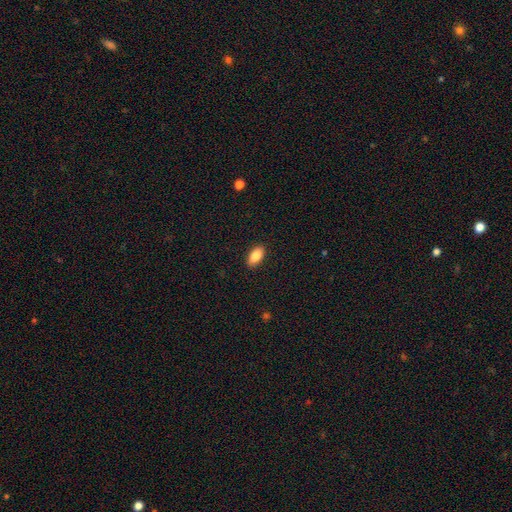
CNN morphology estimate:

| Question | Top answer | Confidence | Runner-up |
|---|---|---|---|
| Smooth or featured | smooth | 86% | featured or disk (7%) |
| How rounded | in between | 91% | cigar-shaped (6%) |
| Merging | none | 90% | minor disturbance (7%) |